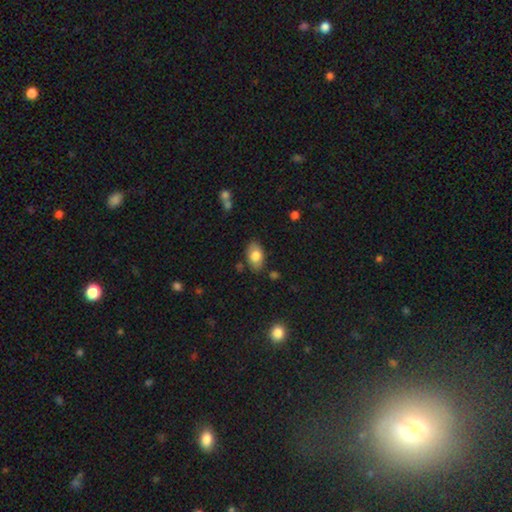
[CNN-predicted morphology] A smooth galaxy with no disk features (79%) that is in between round and cigar-shaped (91%). Merging: none (81%).